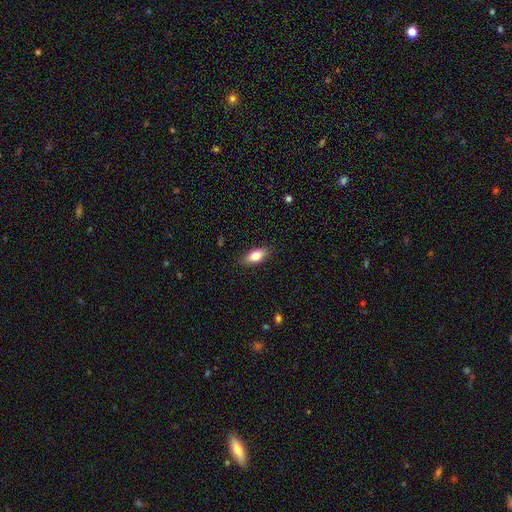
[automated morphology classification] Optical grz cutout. It shows a smooth galaxy with no disk features (80%) that is in between round and cigar-shaped (85%). Merging: none (87%).